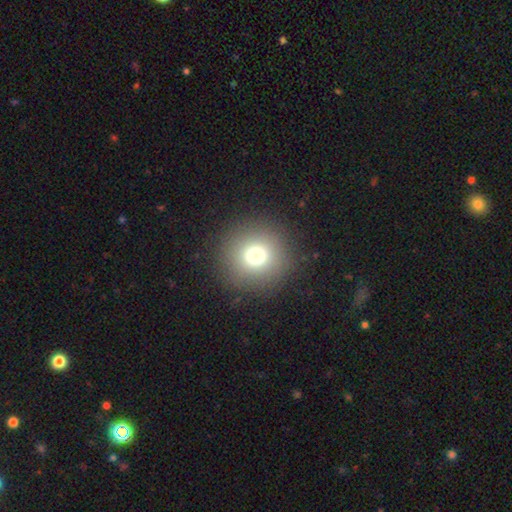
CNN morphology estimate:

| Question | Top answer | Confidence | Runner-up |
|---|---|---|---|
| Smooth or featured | smooth | 74% | star or artifact (16%) |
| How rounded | round | 95% | in between (4%) |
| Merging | none | 90% | minor disturbance (6%) |